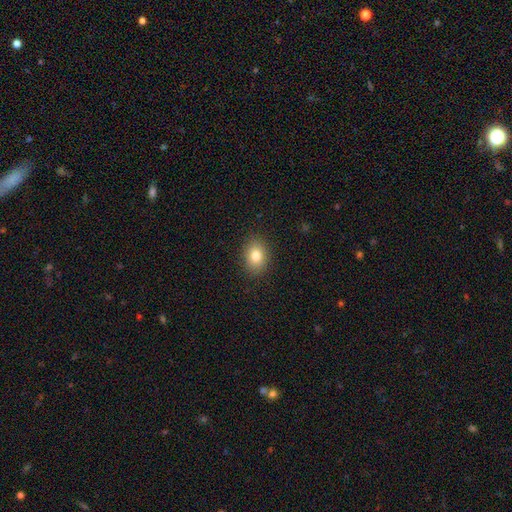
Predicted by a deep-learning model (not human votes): Smooth or featured?
  - smooth: 81% *
  - star or artifact: 10%
  - featured or disk: 9%
How rounded?
  - in between: 64% *
  - round: 35%
  - cigar-shaped: 1%
Merging?
  - none: 88% *
  - minor disturbance: 8%
  - major disturbance: 2%
  - merger: 1%